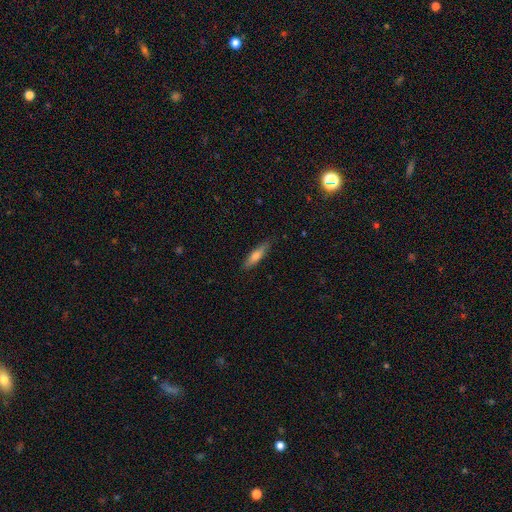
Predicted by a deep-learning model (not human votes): A smooth galaxy with no disk features (65%) that is cigar-shaped (74%). Merging: none (84%).